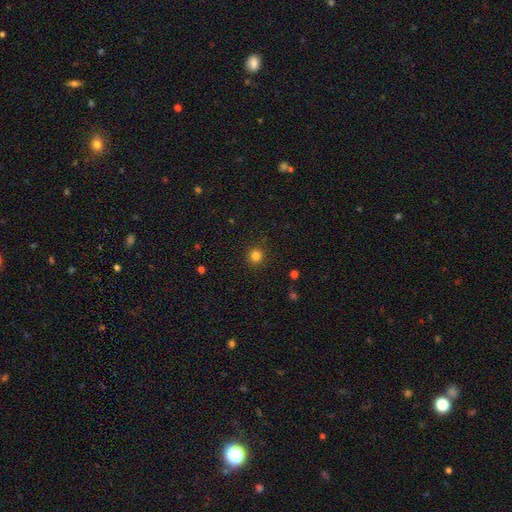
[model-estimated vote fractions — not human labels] Q: Smooth or featured?
A: smooth (81%); runner-up: star or artifact (14%)
Q: How rounded?
A: round (94%); runner-up: in between (5%)
Q: Merging?
A: none (90%); runner-up: minor disturbance (6%)